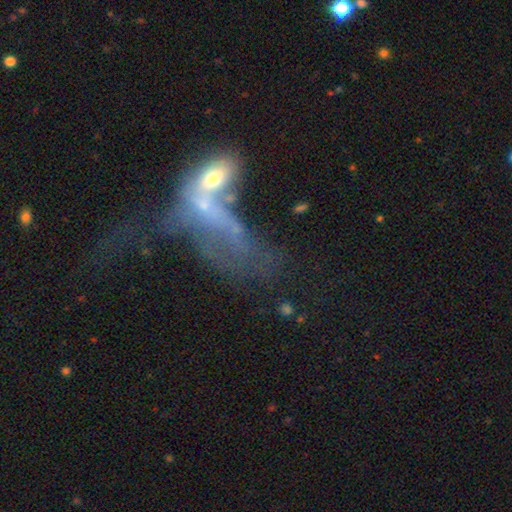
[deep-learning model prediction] A featured or disk galaxy (51%). Merging: merger (60%).